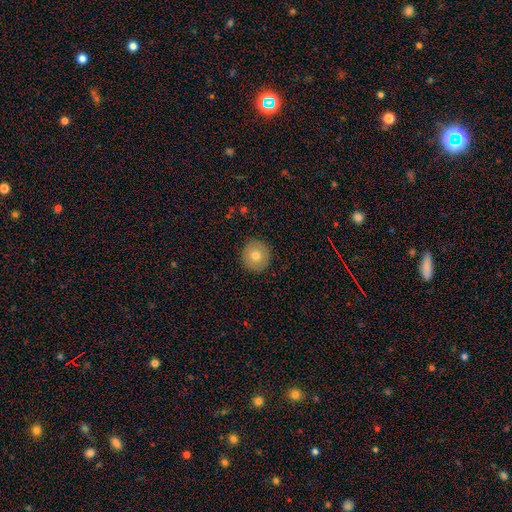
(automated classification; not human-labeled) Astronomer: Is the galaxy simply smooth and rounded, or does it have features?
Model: smooth — 72%.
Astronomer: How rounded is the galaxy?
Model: round — 93%.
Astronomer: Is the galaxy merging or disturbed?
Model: none — 90%.